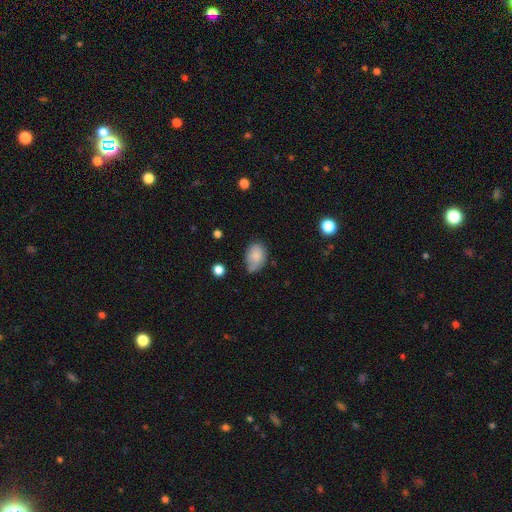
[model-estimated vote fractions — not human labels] A smooth galaxy with no disk features (83%) that is in between round and cigar-shaped (82%).

Vote fractions:
- Smooth or featured? smooth: 83% / featured or disk: 9% / star or artifact: 8%
- How rounded? in between: 82% / round: 17% / cigar-shaped: 1%
- Merging? none: 51% / minor disturbance: 35% / major disturbance: 8% / merger: 6%